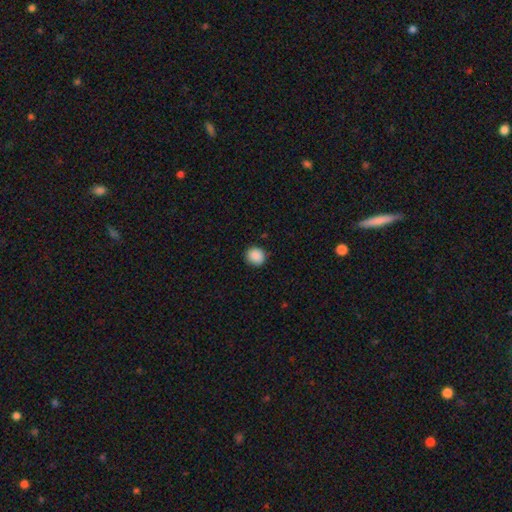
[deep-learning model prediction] Smooth or featured: smooth — 89% (star or artifact — 9%)
How rounded: round — 87% (in between — 12%)
Merging: none — 88% (minor disturbance — 9%)